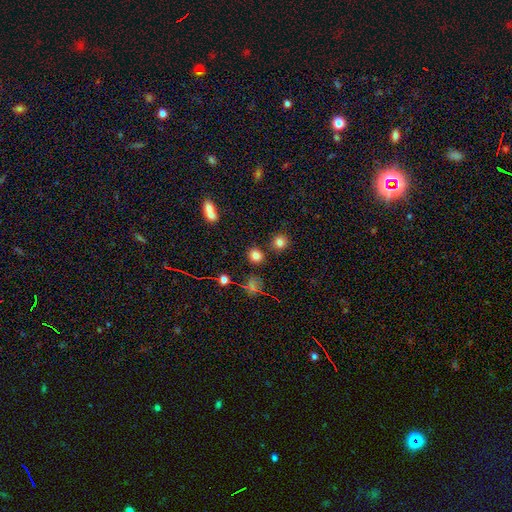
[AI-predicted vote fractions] Smooth or featured?
  - smooth: 79% *
  - star or artifact: 16%
  - featured or disk: 6%
How rounded?
  - round: 82% *
  - in between: 17%
  - cigar-shaped: 1%
Merging?
  - none: 82% *
  - minor disturbance: 8%
  - merger: 7%
  - major disturbance: 3%